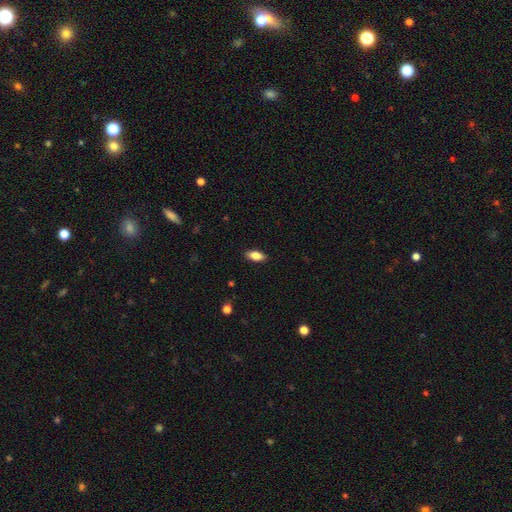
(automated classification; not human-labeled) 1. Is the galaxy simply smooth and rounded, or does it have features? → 81% smooth, 12% featured or disk, 7% star or artifact.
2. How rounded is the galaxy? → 85% in between, 12% cigar-shaped, 3% round.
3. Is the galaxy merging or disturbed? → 89% none, 9% minor disturbance, 2% major disturbance, 1% merger.